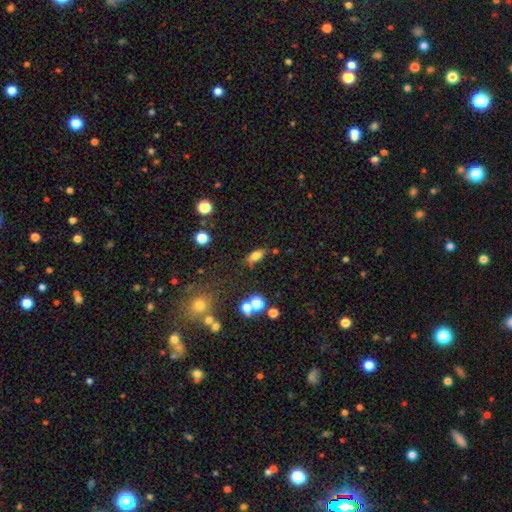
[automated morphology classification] The model was most divided on "smooth or featured": smooth: 70%, featured or disk: 18%, star or artifact: 12%. More confident: how rounded — in between (74%); merging — none (73%).